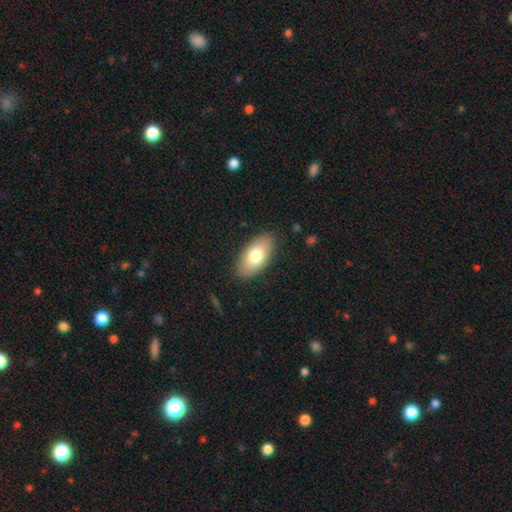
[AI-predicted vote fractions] This is likely a smooth galaxy (75%). How rounded: clearly in between (93%). Merging: clearly none (87%).